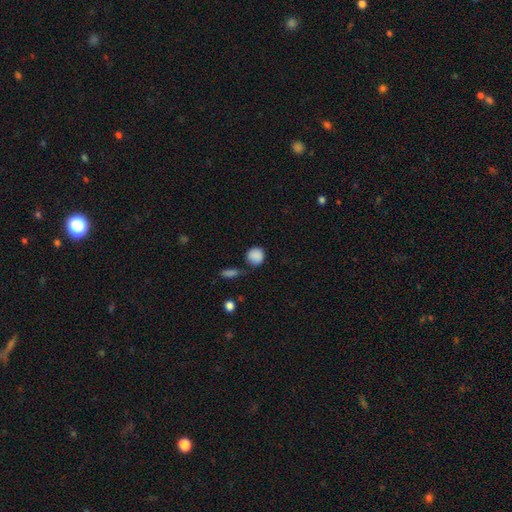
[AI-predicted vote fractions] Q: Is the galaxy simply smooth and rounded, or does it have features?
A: smooth — 87%.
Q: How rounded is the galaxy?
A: round — 88%.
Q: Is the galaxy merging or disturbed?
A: none — 68%.